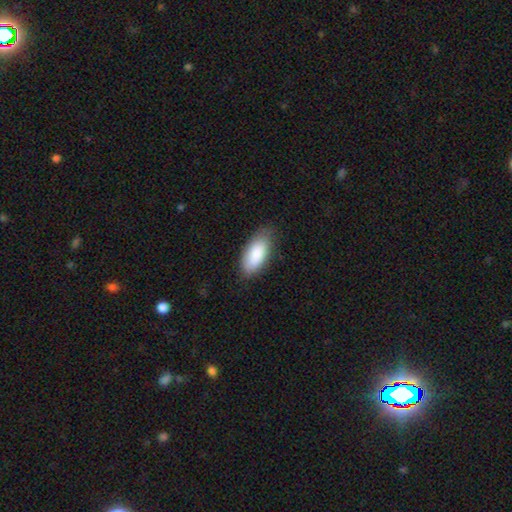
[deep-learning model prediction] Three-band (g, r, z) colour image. It shows a smooth galaxy with no disk features (87%) that is in between round and cigar-shaped (88%). Merging: none (78%).